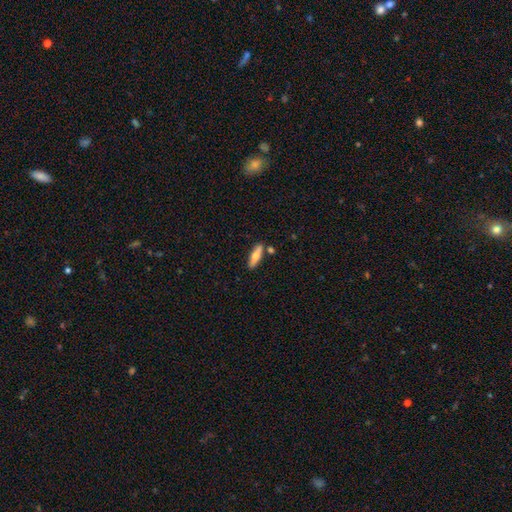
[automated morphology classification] smooth 61%, featured or disk 34%, star or artifact 6%. Down the decision tree: how rounded — cigar-shaped (63%); merging — none (80%).